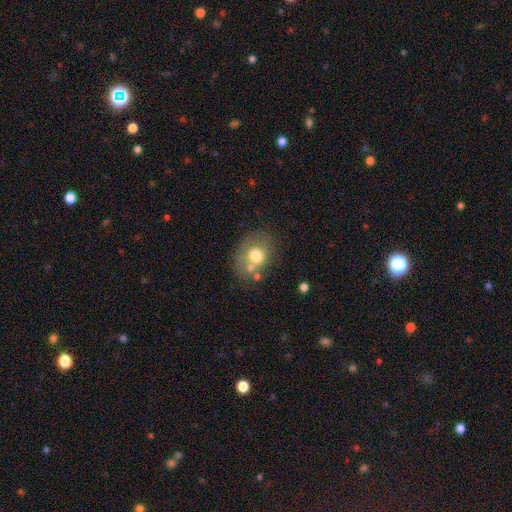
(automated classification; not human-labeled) Q: Smooth or featured?
A: smooth (66%); runner-up: featured or disk (24%)
Q: How rounded?
A: round (54%); runner-up: in between (46%)
Q: Merging?
A: none (53%); runner-up: minor disturbance (20%)